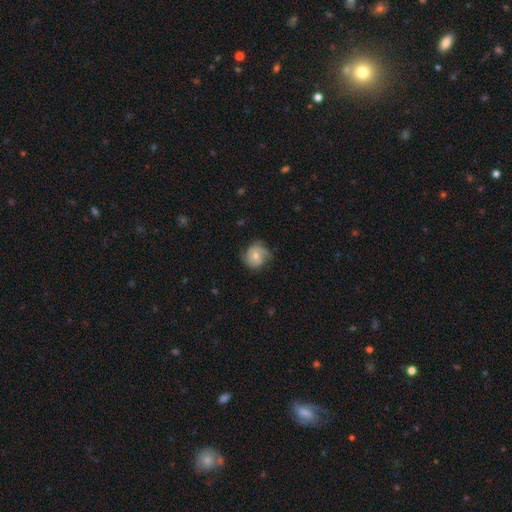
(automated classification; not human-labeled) Smooth or featured? featured or disk (57%)
Edge-on disk? no (97%)
Bar? no (71%)
Spiral arms? yes (85%)
Bulge size? moderate (60%)
Merging? none (66%)